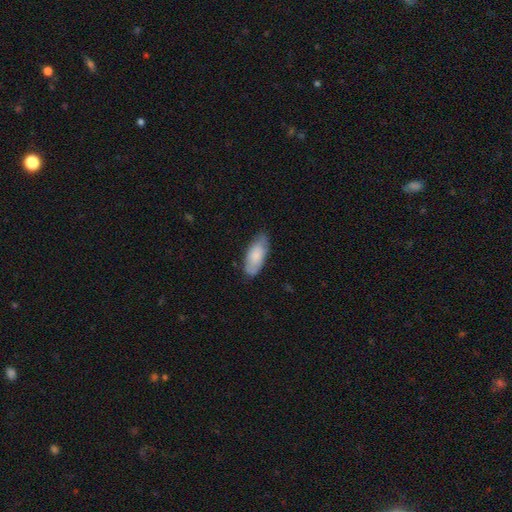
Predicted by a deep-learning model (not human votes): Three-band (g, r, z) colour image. It shows a smooth galaxy with no disk features (79%) that is in between round and cigar-shaped (86%). Merging: none (73%).